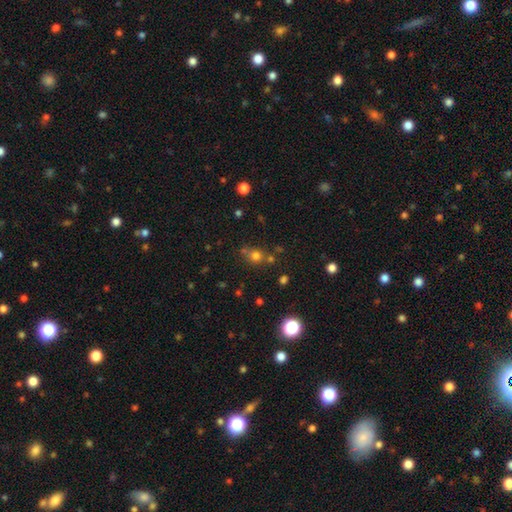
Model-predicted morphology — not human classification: Smooth or featured? Predicted: smooth (p=0.70). How rounded? Predicted: round (p=0.80). Merging? Predicted: none (p=0.64).